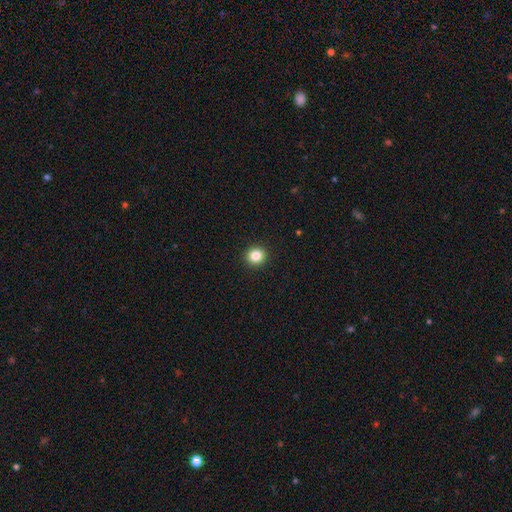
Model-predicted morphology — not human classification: type=smooth (84%); roundness=round (89%); merging=none (93%).